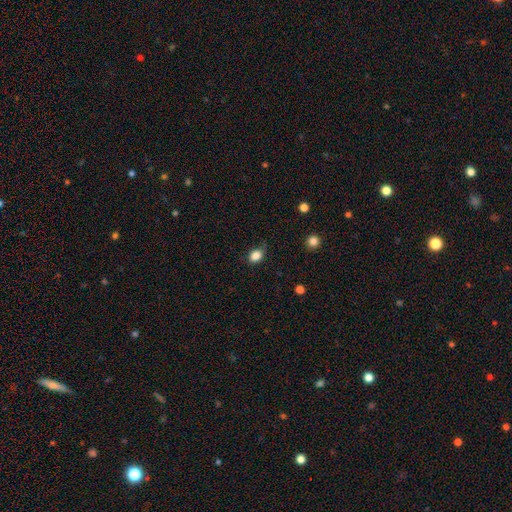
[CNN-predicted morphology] A smooth galaxy with no disk features (85%) that is in between round and cigar-shaped (62%). Merging: none (69%).